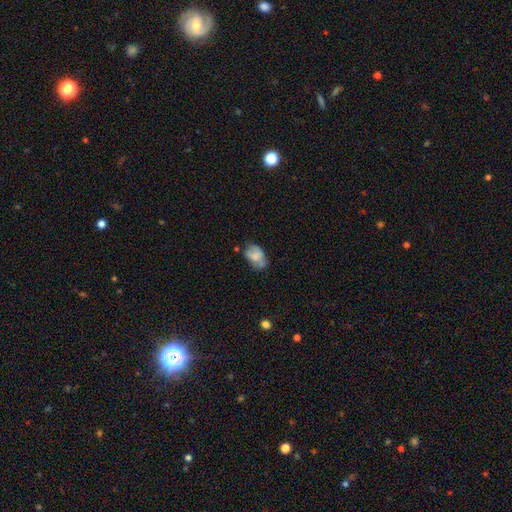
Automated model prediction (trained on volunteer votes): This appears to be a smooth galaxy with no disk features (64%) that is in between round and cigar-shaped (84%). Merging: none (44%).